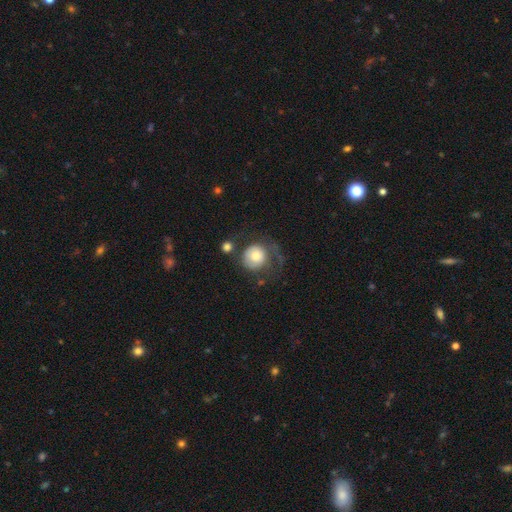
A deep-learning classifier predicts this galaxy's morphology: type=smooth (68%); roundness=round (87%); merging=none (36%).